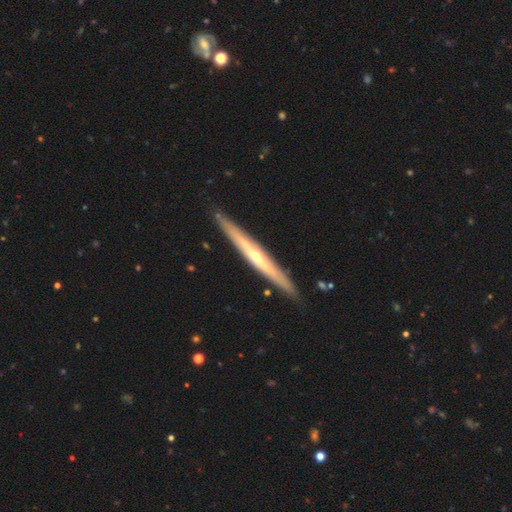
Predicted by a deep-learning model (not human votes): Smooth or featured?
  - featured or disk: 71% *
  - smooth: 24%
  - star or artifact: 5%
Edge-on disk?
  - yes: 96% *
  - no: 4%
Edge-on bulge?
  - rounded: 70% *
  - none: 27%
  - boxy: 3%
Merging?
  - none: 90% *
  - minor disturbance: 7%
  - merger: 1%
  - major disturbance: 1%